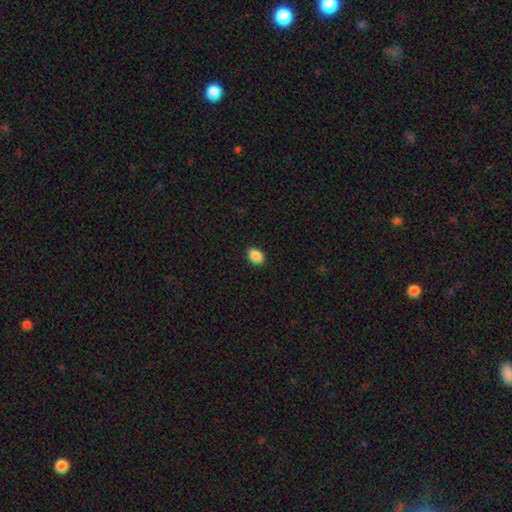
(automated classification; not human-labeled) A smooth galaxy with no disk features (89%) that is in between round and cigar-shaped (77%). Merging: none (91%).